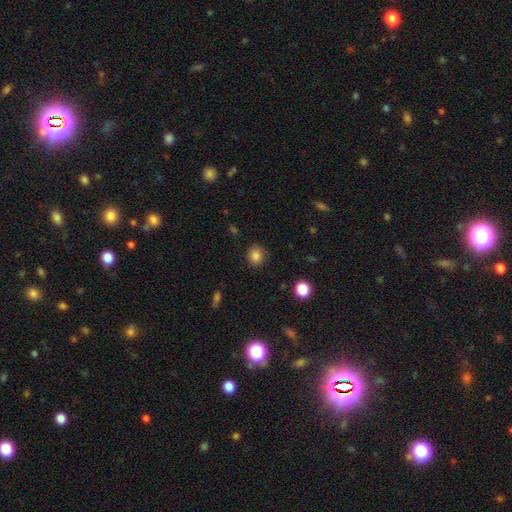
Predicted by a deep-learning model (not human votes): The model was most divided on "how rounded": round: 80%, in between: 19%, cigar-shaped: 1%. More confident: merging — none (88%); smooth or featured — smooth (85%).